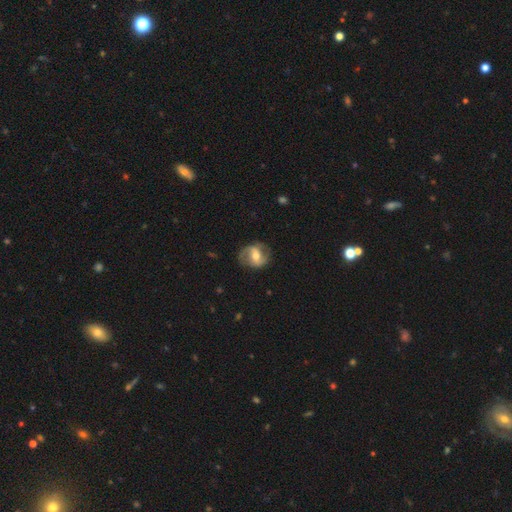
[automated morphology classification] smooth_or_featured: featured or disk (p=0.71) [alt: smooth p=0.23]
disk_edge_on: no (p=0.96) [alt: yes p=0.04]
bar: weak (p=0.43) [alt: strong p=0.30]
has_spiral_arms: yes (p=0.86) [alt: no p=0.14]
spiral_winding: medium (p=0.46) [alt: loose p=0.33]
spiral_arm_count: 2 (p=0.86) [alt: can't tell p=0.07]
bulge_size: moderate (p=0.66) [alt: small p=0.25]
merging: none (p=0.77) [alt: minor disturbance p=0.15]